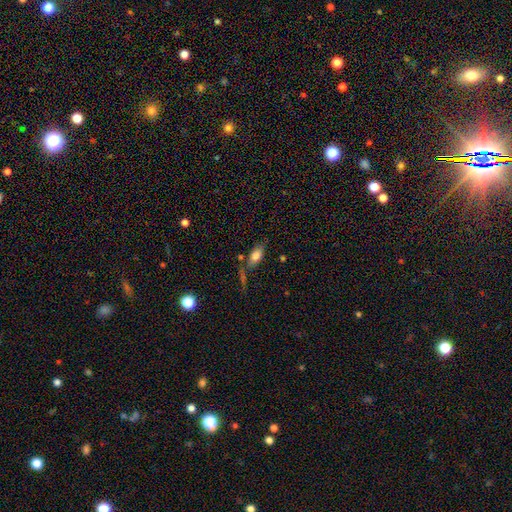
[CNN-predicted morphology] smooth-or-featured: smooth: 75% | featured or disk: 16% | star or artifact: 9%
  how-rounded: in between: 86% | cigar-shaped: 10% | round: 4%
  merging: none: 59% | merger: 17% | minor disturbance: 16% | major disturbance: 8%